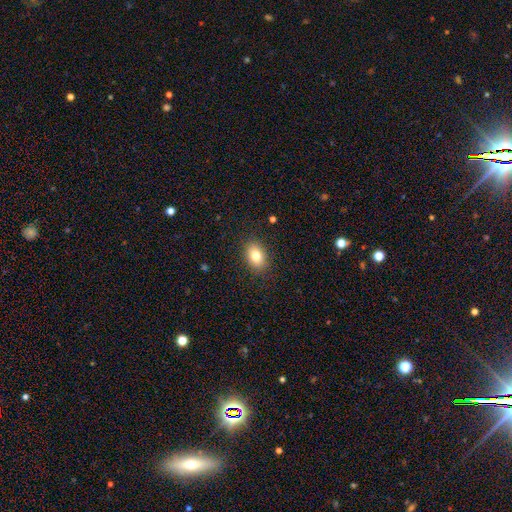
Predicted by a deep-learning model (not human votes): A smooth galaxy with no disk features (80%) that is in between round and cigar-shaped (80%). Merging: none (87%).